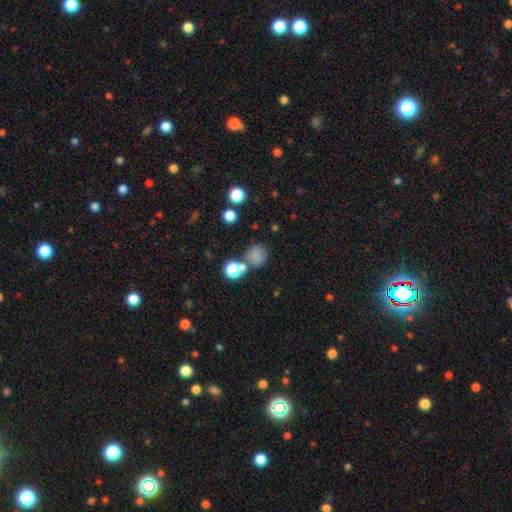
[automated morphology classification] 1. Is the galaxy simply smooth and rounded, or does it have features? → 75% smooth, 18% star or artifact, 7% featured or disk.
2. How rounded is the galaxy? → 81% round, 17% in between, 1% cigar-shaped.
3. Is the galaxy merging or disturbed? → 63% none, 18% merger, 13% minor disturbance, 6% major disturbance.